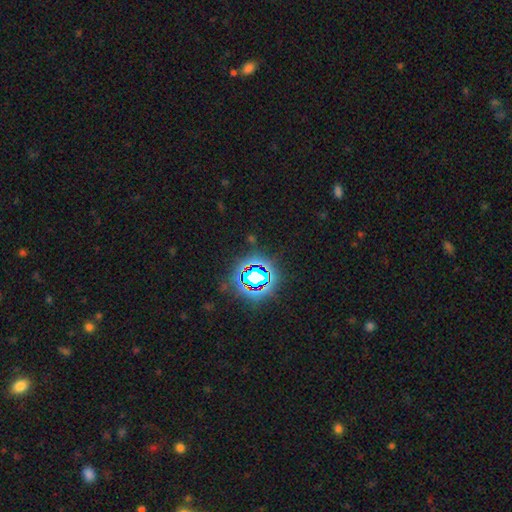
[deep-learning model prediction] Smooth or featured? star or artifact (78%)